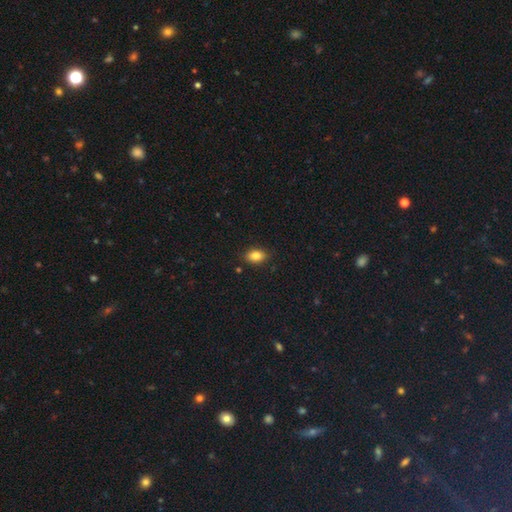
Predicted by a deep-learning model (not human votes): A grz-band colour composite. It shows a smooth galaxy with no disk features (85%) that is in between round and cigar-shaped (84%). Merging: none (86%).